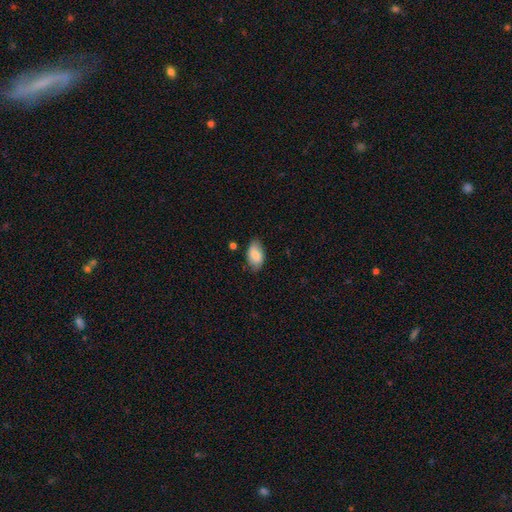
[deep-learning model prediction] The model was most divided on "merging": none: 76%, minor disturbance: 19%, major disturbance: 3%, merger: 2%. More confident: how rounded — in between (94%); smooth or featured — smooth (82%).